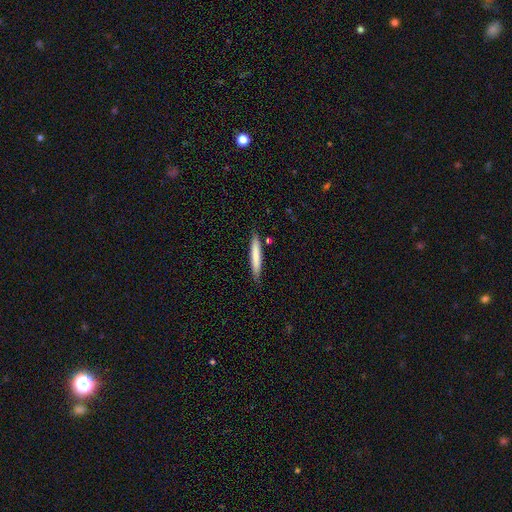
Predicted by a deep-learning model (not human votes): Smooth or featured? Predicted: smooth (p=0.76). How rounded? Predicted: cigar-shaped (p=0.93). Merging? Predicted: none (p=0.86).